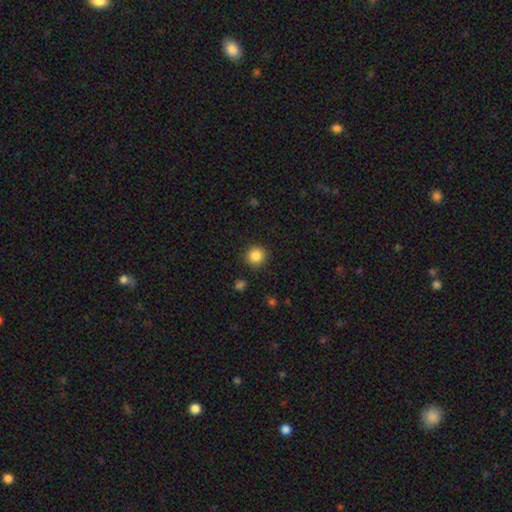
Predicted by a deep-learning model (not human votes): Smooth or featured? Predicted: smooth (p=0.86). How rounded? Predicted: round (p=0.92). Merging? Predicted: none (p=0.89).